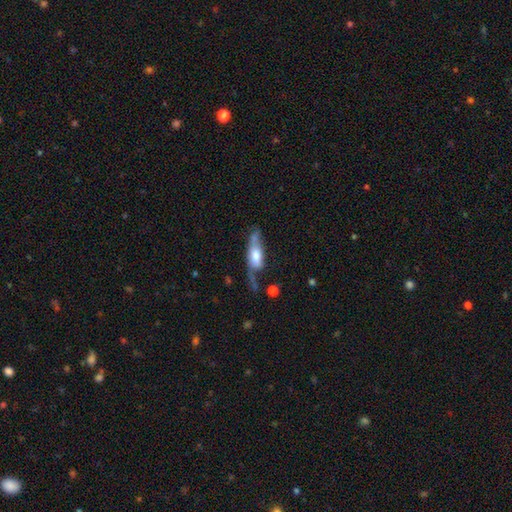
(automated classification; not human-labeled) Overall: smooth (51%; featured or disk 42%). How rounded: in between (70%). Merging: major disturbance (31%, tied with none).